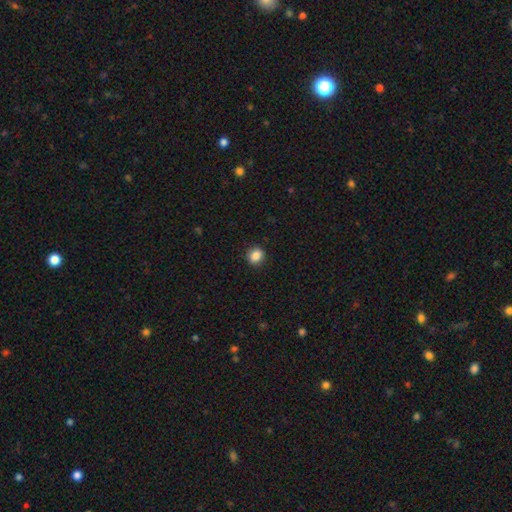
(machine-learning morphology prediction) This is clearly a smooth galaxy (86%). How rounded: likely round (72%). Merging: clearly none (90%).